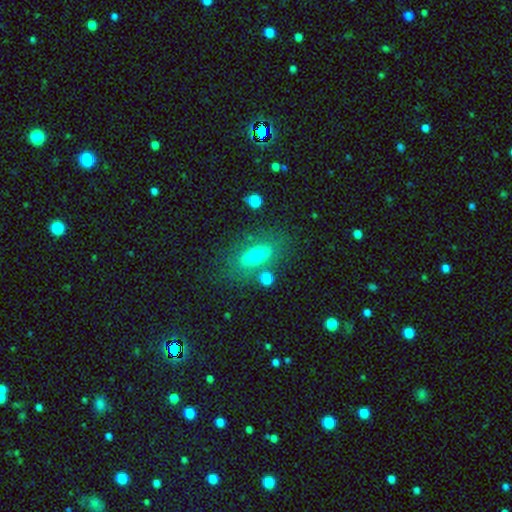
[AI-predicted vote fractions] Smooth or featured: smooth — 59% (featured or disk — 31%)
How rounded: in between — 76% (cigar-shaped — 14%)
Merging: none — 71% (minor disturbance — 15%)